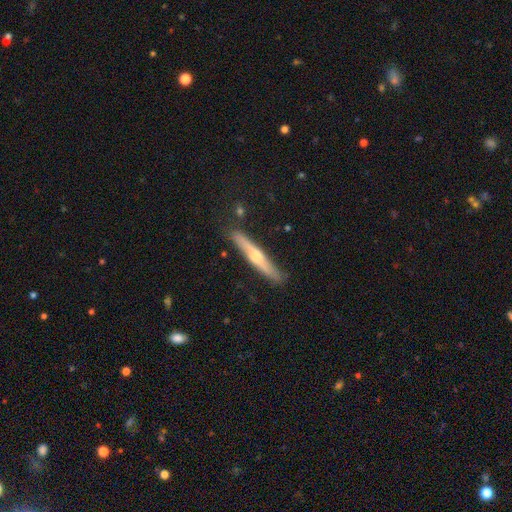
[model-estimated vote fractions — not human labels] Morphology: type=featured or disk (53%); edge-on=yes (91%); merging=none (83%).